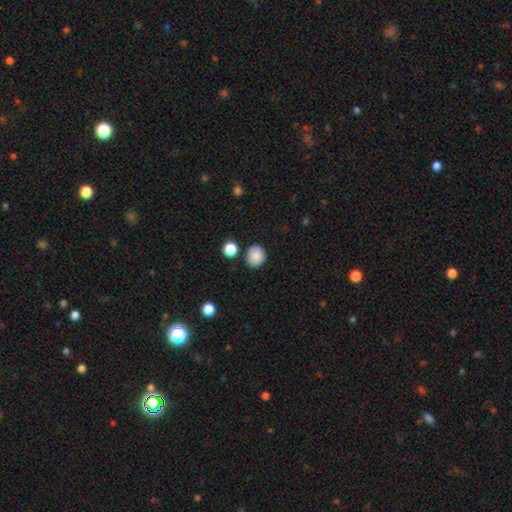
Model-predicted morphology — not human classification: This is clearly a smooth galaxy (86%). How rounded: likely round (71%). Merging: likely none (80%).